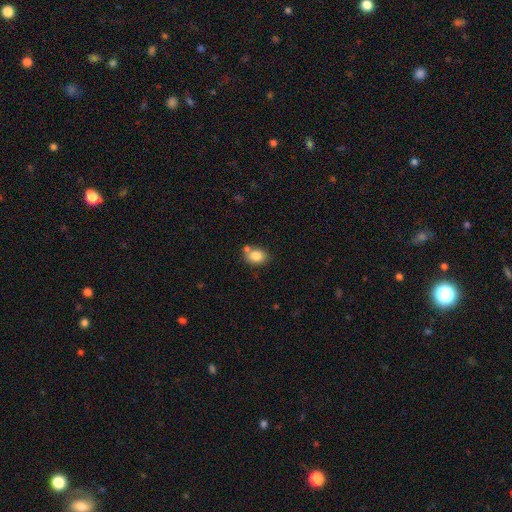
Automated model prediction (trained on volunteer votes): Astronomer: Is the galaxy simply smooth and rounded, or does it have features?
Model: smooth — 83%.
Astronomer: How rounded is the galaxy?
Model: in between — 61% (runner-up: round, 38%).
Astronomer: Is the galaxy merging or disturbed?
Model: none — 61%.